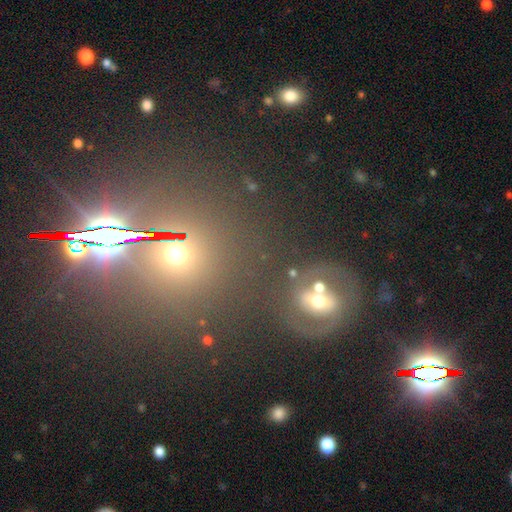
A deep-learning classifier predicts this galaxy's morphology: A star or artifact, not a galaxy (50%).

Vote fractions:
- Smooth or featured? star or artifact: 50% / smooth: 28% / featured or disk: 22%